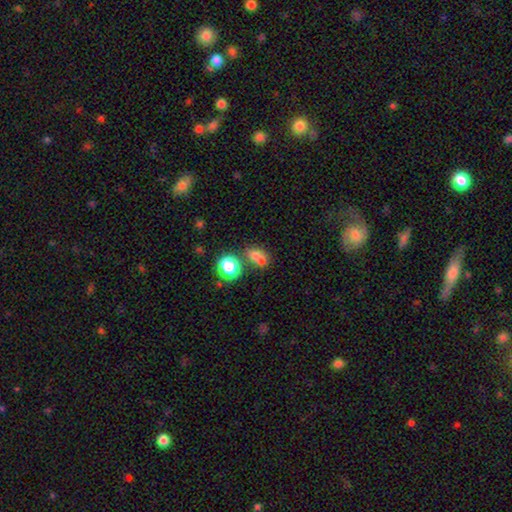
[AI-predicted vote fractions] Q: Smooth or featured?
A: smooth (68%); runner-up: star or artifact (19%)
Q: How rounded?
A: round (55%); runner-up: in between (43%)
Q: Merging?
A: merger (47%); runner-up: none (40%)